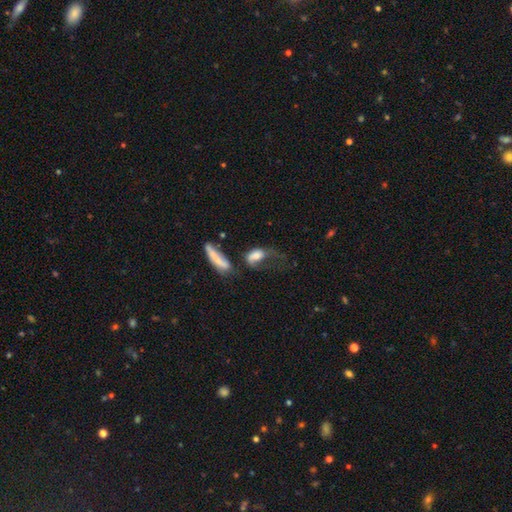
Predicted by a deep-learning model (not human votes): A smooth galaxy with no disk features (65%) that is in between round and cigar-shaped (78%). Merging: major disturbance (47%).